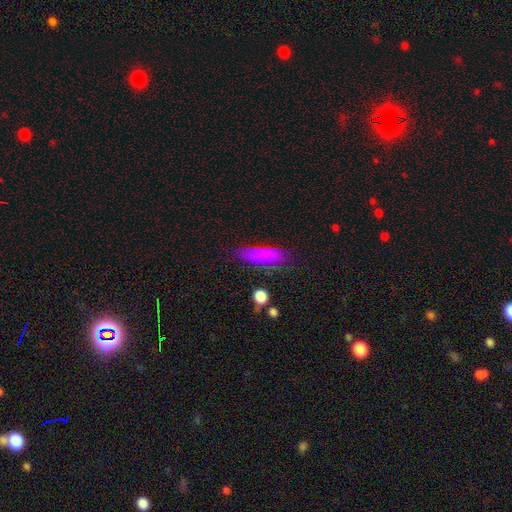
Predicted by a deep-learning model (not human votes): This appears to be a smooth galaxy with no disk features (76%) that is in between round and cigar-shaped (55%). Merging: none (71%).